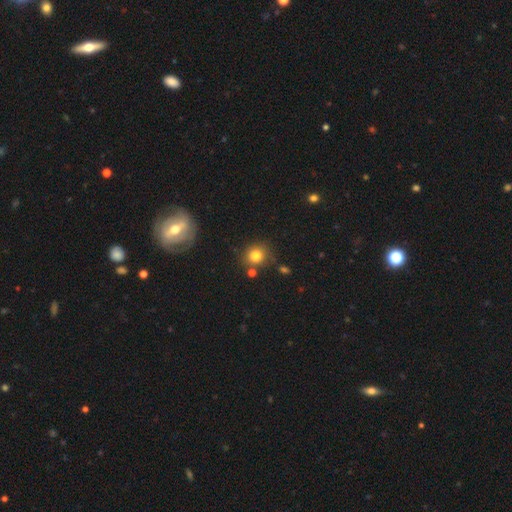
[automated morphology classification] The model was most divided on "merging": none: 78%, minor disturbance: 11%, merger: 7%, major disturbance: 3%. More confident: how rounded — round (84%); smooth or featured — smooth (81%).